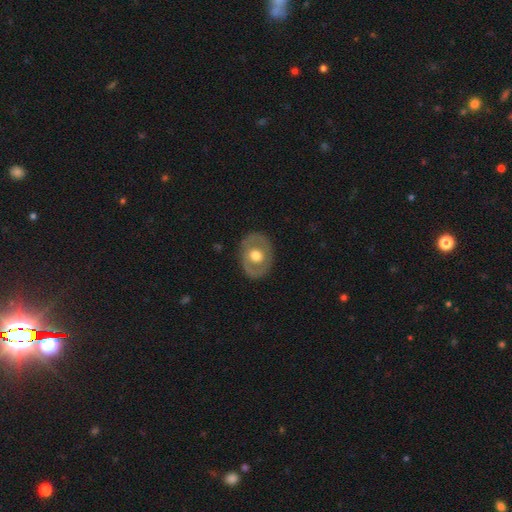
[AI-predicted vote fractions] smooth-or-featured: featured or disk: 51% | smooth: 43% | star or artifact: 5%
  disk-edge-on: no: 93% | yes: 7%
  merging: none: 82% | minor disturbance: 12% | major disturbance: 4% | merger: 1%